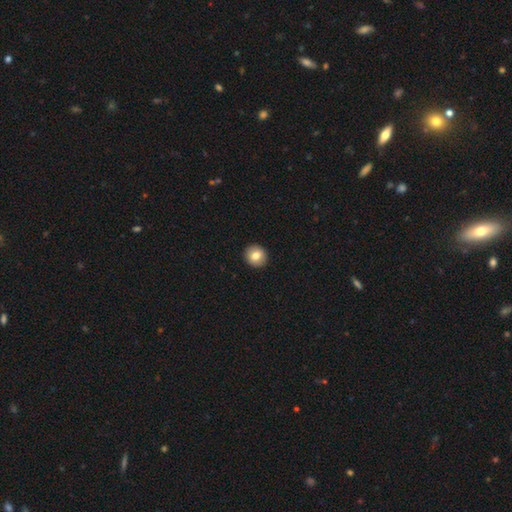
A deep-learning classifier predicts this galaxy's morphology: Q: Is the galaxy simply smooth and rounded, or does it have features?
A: smooth — 80%.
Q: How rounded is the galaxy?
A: round — 91%.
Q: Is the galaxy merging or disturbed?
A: none — 93%.